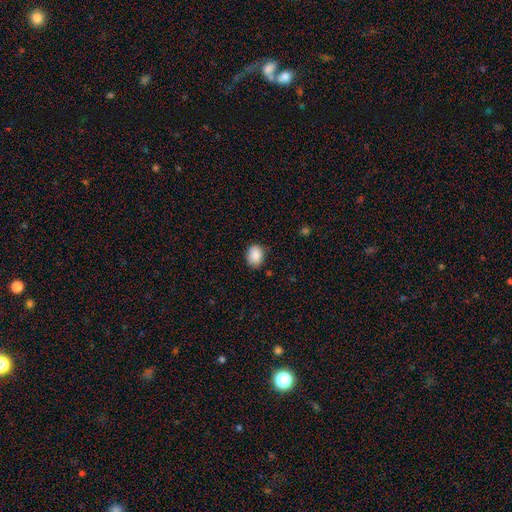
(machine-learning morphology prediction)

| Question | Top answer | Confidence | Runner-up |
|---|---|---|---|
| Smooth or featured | smooth | 87% | star or artifact (8%) |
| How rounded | in between | 66% | round (33%) |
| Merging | none | 80% | minor disturbance (16%) |